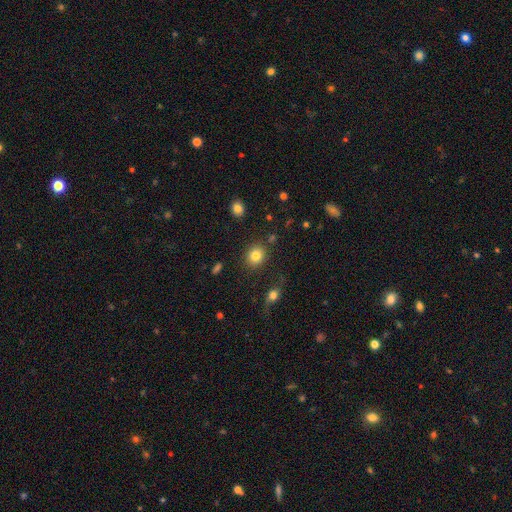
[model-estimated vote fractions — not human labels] A smooth galaxy with no disk features (83%) that is round (75%). Merging: none (84%).